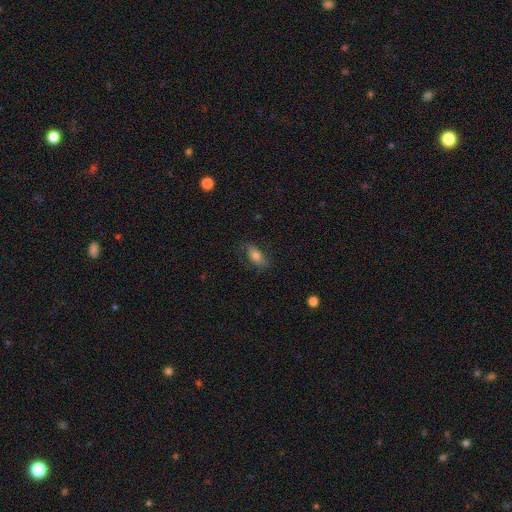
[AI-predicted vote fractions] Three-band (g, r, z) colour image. It shows a smooth galaxy with no disk features (71%) that is in between round and cigar-shaped (87%). Merging: none (74%).